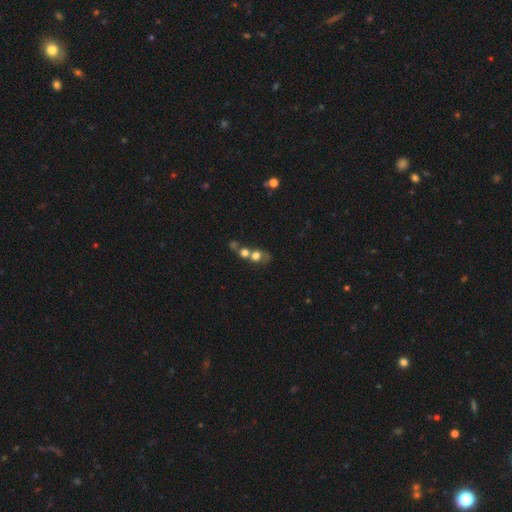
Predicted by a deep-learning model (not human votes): Smooth or featured: smooth — 61% (featured or disk — 23%)
How rounded: round — 69% (in between — 29%)
Merging: merger — 62% (none — 22%)